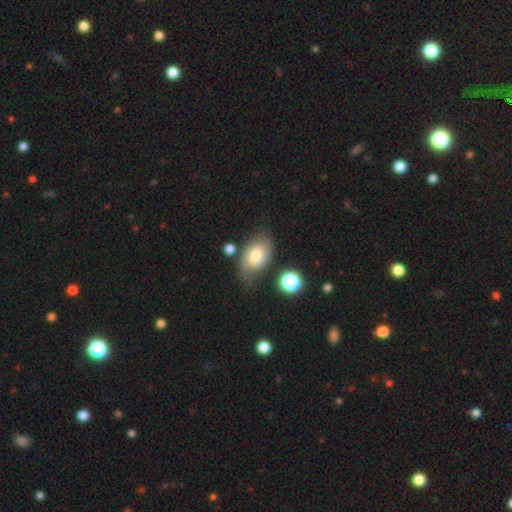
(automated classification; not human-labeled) Morphology: type=smooth (63%); roundness=in between (83%); merging=none (57%).